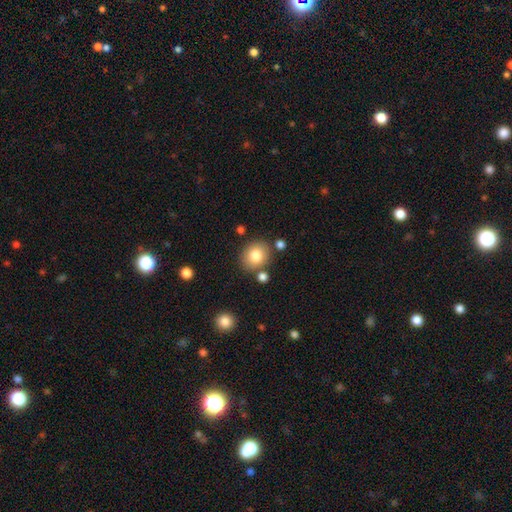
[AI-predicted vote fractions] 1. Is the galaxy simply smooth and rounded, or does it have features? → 81% smooth, 10% star or artifact, 9% featured or disk.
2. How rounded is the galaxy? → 70% round, 29% in between, 1% cigar-shaped.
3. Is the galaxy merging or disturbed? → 79% none, 11% minor disturbance, 7% merger, 3% major disturbance.